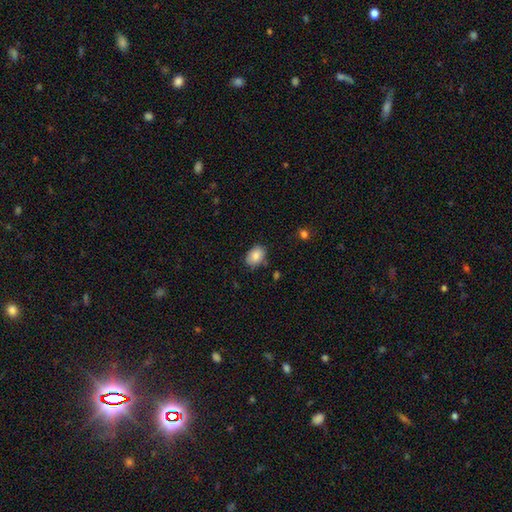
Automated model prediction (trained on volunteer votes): smooth 83%, featured or disk 9%, star or artifact 8%. Down the decision tree: how rounded — in between (75%); merging — none (76%).